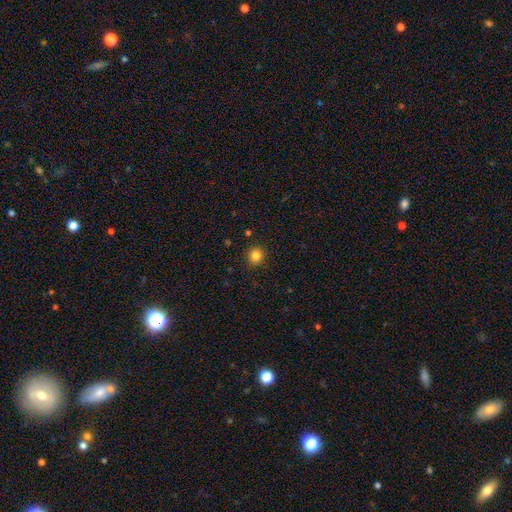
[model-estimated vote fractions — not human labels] A smooth galaxy with no disk features (83%) that is round (92%).

Vote fractions:
- Smooth or featured? smooth: 83% / star or artifact: 12% / featured or disk: 5%
- How rounded? round: 92% / in between: 7% / cigar-shaped: 1%
- Merging? none: 91% / minor disturbance: 6% / major disturbance: 2% / merger: 1%